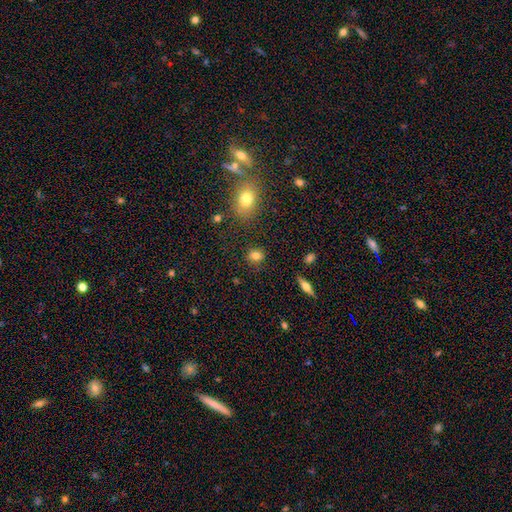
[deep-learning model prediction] Overall: smooth (79%). How rounded: round (67%; in between 32%). Merging: none (84%).